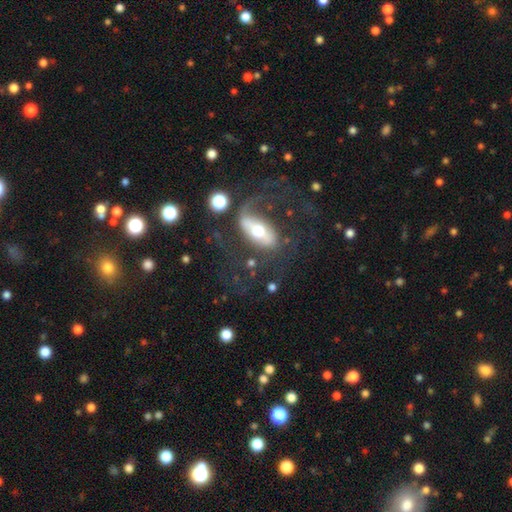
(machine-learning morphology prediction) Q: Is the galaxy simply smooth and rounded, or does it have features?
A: featured or disk — 42%.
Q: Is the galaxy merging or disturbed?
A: none — 61%.